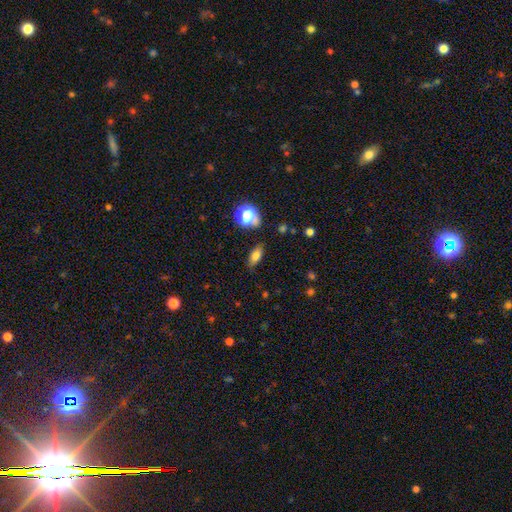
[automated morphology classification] Smooth or featured?
  - smooth: 76% *
  - star or artifact: 13%
  - featured or disk: 11%
How rounded?
  - in between: 81% *
  - cigar-shaped: 10%
  - round: 8%
Merging?
  - none: 83% *
  - minor disturbance: 12%
  - major disturbance: 3%
  - merger: 2%